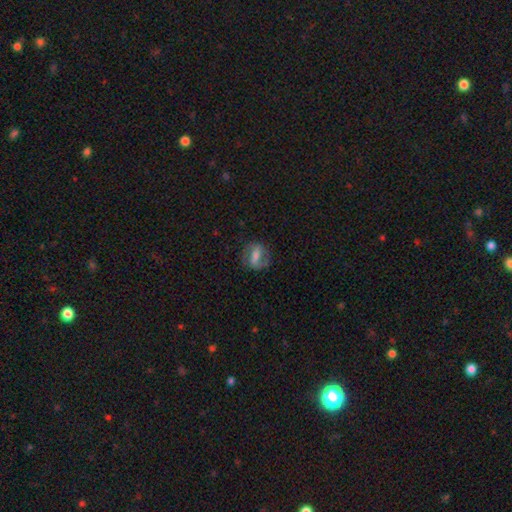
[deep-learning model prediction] Smooth or featured?
  - featured or disk: 53% *
  - smooth: 39%
  - star or artifact: 7%
Edge-on disk?
  - no: 93% *
  - yes: 7%
Merging?
  - none: 72% *
  - minor disturbance: 17%
  - major disturbance: 10%
  - merger: 1%